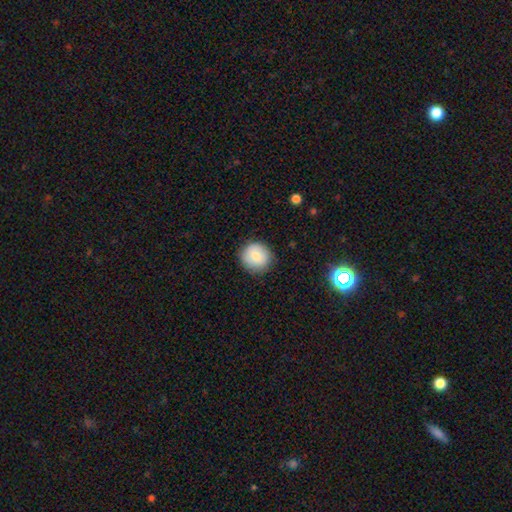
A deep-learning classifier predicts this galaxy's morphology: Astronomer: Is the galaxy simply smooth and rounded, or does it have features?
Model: smooth — 83%.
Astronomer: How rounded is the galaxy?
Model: round — 92%.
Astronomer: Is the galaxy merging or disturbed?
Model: none — 87%.